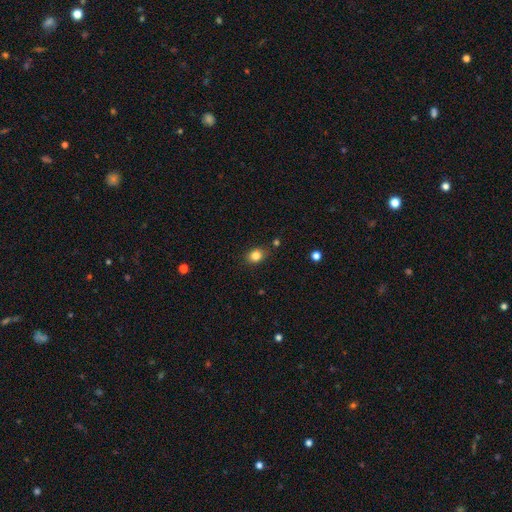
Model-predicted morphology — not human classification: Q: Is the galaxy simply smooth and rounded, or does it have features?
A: smooth — 83%.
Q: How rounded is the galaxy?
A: round — 53%.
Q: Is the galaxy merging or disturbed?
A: none — 81%.